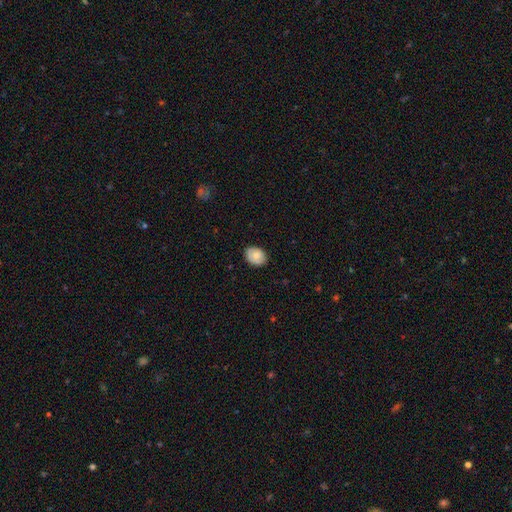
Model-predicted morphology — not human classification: Q: Smooth or featured?
A: smooth (75%); runner-up: featured or disk (18%)
Q: How rounded?
A: in between (64%); runner-up: round (35%)
Q: Merging?
A: none (83%); runner-up: minor disturbance (14%)